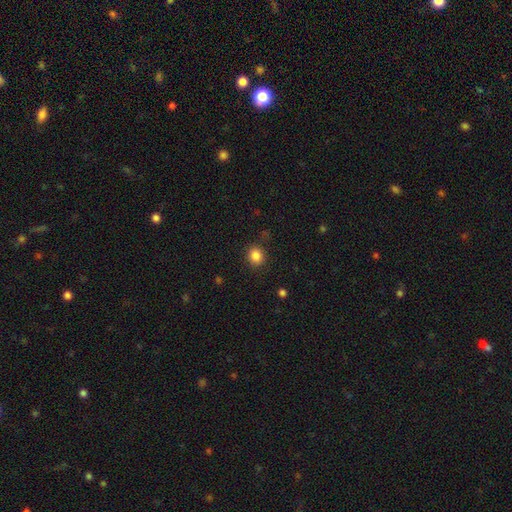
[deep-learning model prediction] smooth_or_featured: smooth (p=0.85) [alt: star or artifact p=0.11]
how_rounded: round (p=0.77) [alt: in between p=0.22]
merging: none (p=0.87) [alt: minor disturbance p=0.09]